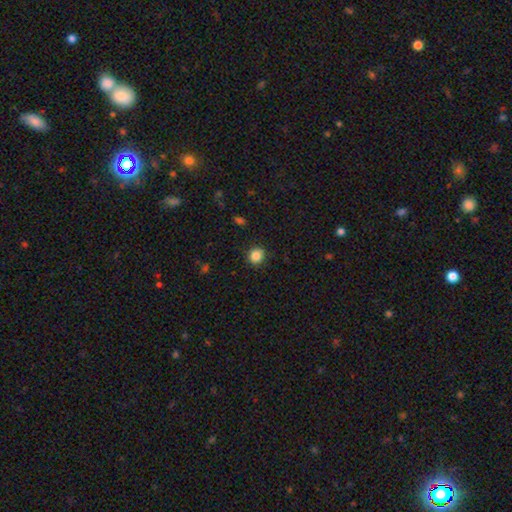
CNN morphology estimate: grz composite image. It shows a smooth galaxy with no disk features (86%) that is round (85%). Merging: none (88%).